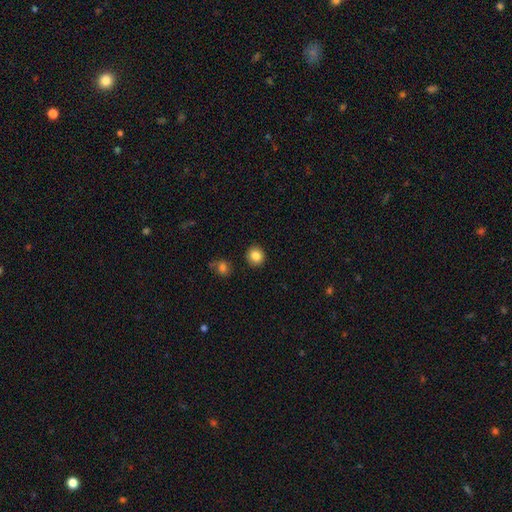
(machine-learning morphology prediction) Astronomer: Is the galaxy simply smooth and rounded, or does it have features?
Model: smooth — 85%.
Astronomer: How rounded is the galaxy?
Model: round — 89%.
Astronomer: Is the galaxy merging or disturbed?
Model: none — 90%.